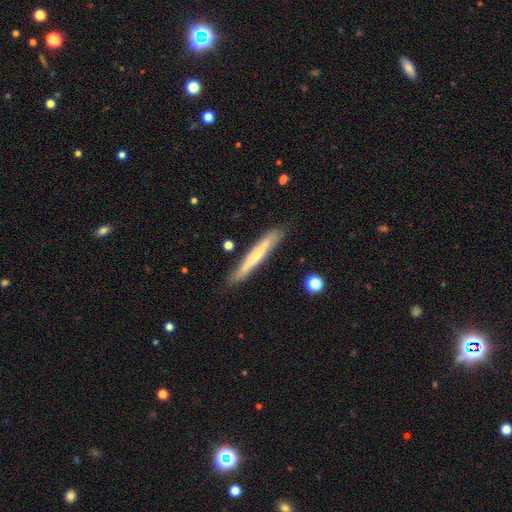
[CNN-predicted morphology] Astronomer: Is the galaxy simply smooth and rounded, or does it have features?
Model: featured or disk — 53% (runner-up: smooth, 41%).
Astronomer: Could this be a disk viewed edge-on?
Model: yes — 88%.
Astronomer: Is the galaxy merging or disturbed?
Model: none — 83%.